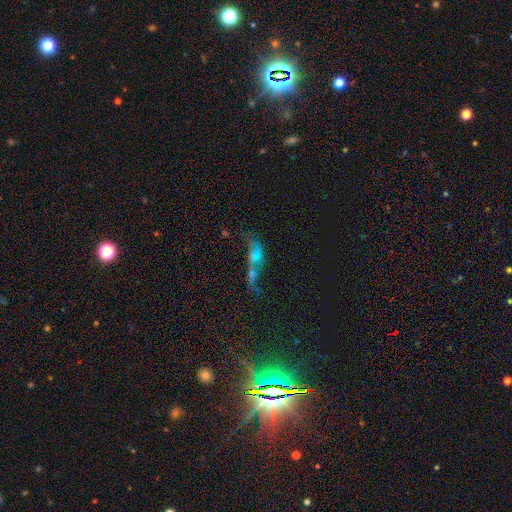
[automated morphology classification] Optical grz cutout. It shows a featured or disk galaxy (41%). Merging: merger (38%).